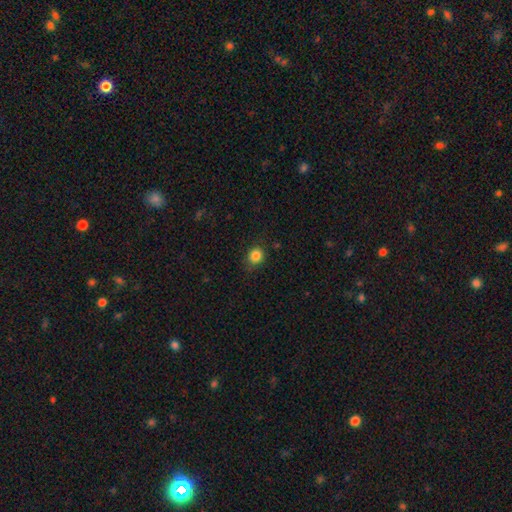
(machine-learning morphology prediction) smooth_or_featured: smooth (p=0.85) [alt: star or artifact p=0.11]
how_rounded: round (p=0.73) [alt: in between p=0.26]
merging: none (p=0.82) [alt: minor disturbance p=0.14]